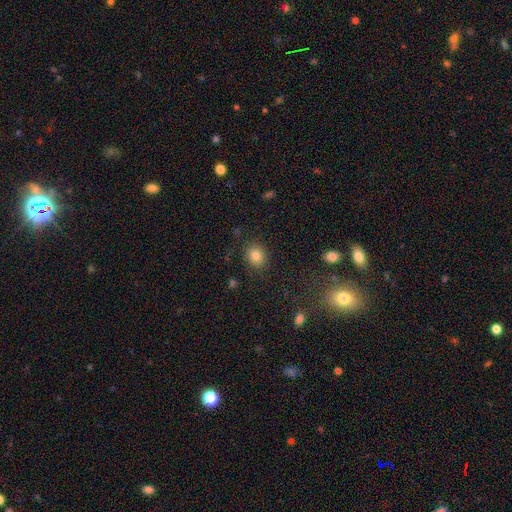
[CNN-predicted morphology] Smooth or featured? smooth (82%)
How rounded? round (73%)
Merging? none (87%)